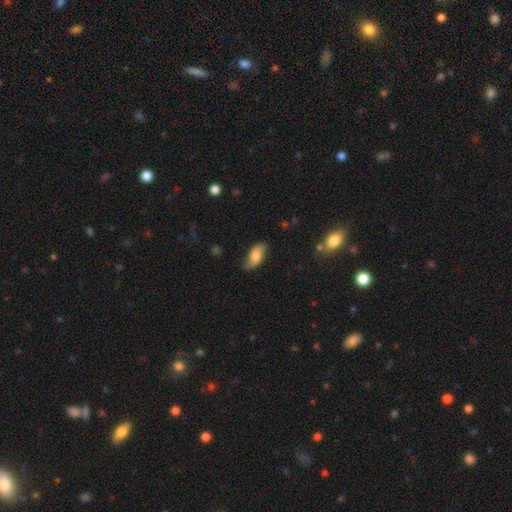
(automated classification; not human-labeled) Morphology: type=smooth (79%); roundness=in between (90%); merging=none (75%).